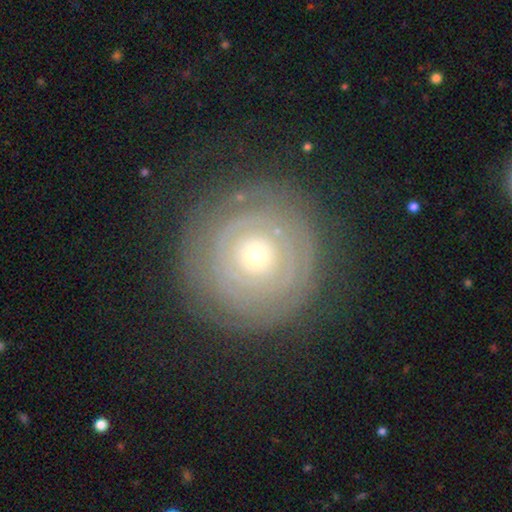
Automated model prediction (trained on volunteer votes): Smooth or featured?
  - featured or disk: 66% *
  - smooth: 26%
  - star or artifact: 8%
Edge-on disk?
  - no: 97% *
  - yes: 3%
Bar?
  - no: 89% *
  - weak: 8%
  - strong: 3%
Spiral arms?
  - yes: 62% *
  - no: 38%
Bulge size?
  - small: 67% *
  - moderate: 28%
  - large: 3%
  - dominant: 1%
  - none: 1%
Merging?
  - none: 81% *
  - minor disturbance: 11%
  - major disturbance: 6%
  - merger: 1%